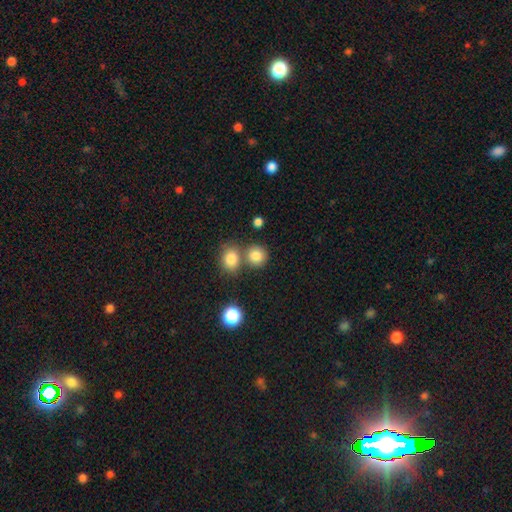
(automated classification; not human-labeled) The model was most divided on "merging": none: 62%, merger: 27%, minor disturbance: 8%, major disturbance: 3%. More confident: how rounded — round (84%); smooth or featured — smooth (82%).